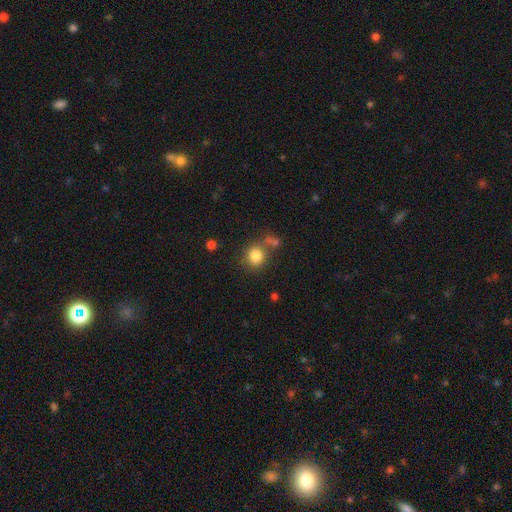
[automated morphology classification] smooth-or-featured: smooth: 82% | star or artifact: 11% | featured or disk: 7%
  how-rounded: round: 83% | in between: 16% | cigar-shaped: 1%
  merging: none: 66% | merger: 15% | minor disturbance: 13% | major disturbance: 5%